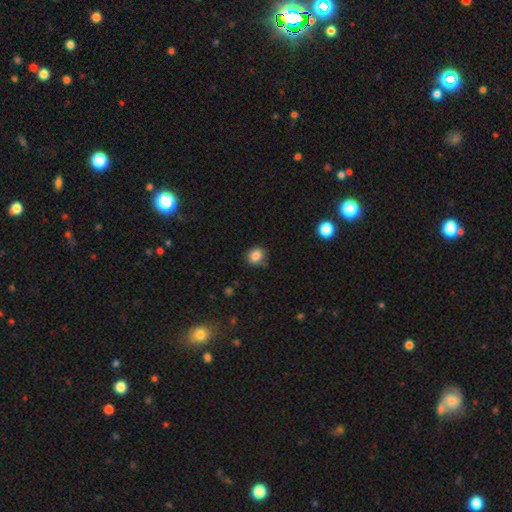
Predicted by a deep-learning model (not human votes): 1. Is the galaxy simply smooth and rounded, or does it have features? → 84% smooth, 11% star or artifact, 5% featured or disk.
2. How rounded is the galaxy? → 76% round, 23% in between, 1% cigar-shaped.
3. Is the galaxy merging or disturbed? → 78% none, 17% minor disturbance, 3% major disturbance, 2% merger.